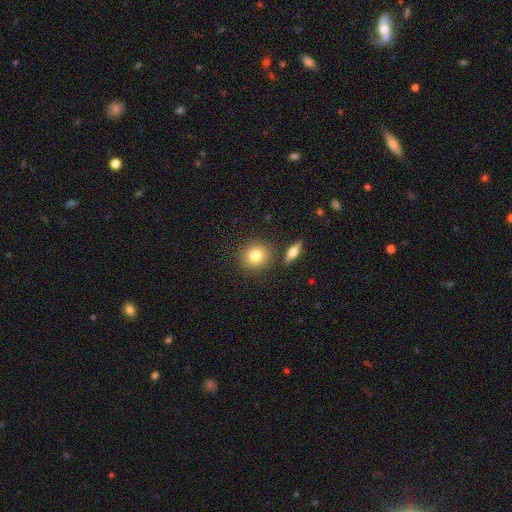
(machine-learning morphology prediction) A smooth galaxy with no disk features (79%) that is round (83%).

Vote fractions:
- Smooth or featured? smooth: 79% / featured or disk: 12% / star or artifact: 9%
- How rounded? round: 83% / in between: 15% / cigar-shaped: 1%
- Merging? none: 82% / minor disturbance: 8% / merger: 7% / major disturbance: 3%